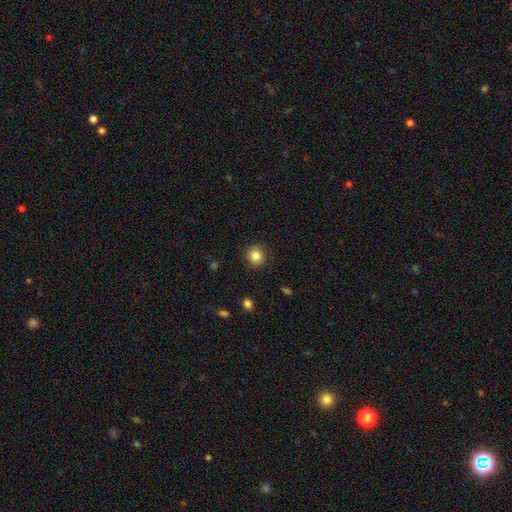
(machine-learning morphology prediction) Q: Smooth or featured?
A: smooth (84%); runner-up: star or artifact (10%)
Q: How rounded?
A: round (88%); runner-up: in between (11%)
Q: Merging?
A: none (88%); runner-up: minor disturbance (8%)